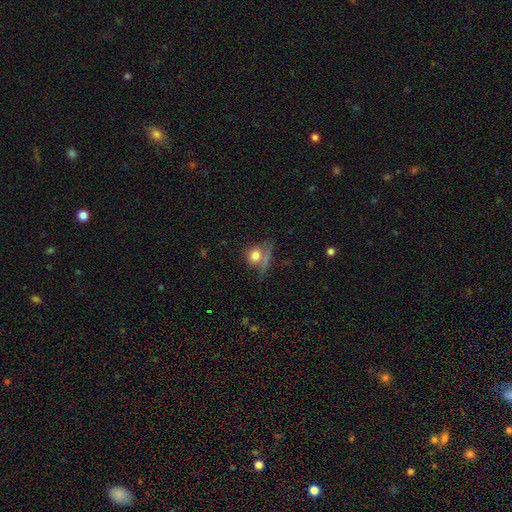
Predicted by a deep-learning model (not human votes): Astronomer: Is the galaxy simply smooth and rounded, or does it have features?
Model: smooth — 75%.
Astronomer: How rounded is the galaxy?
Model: round — 65%.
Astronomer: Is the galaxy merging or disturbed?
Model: none — 49%.